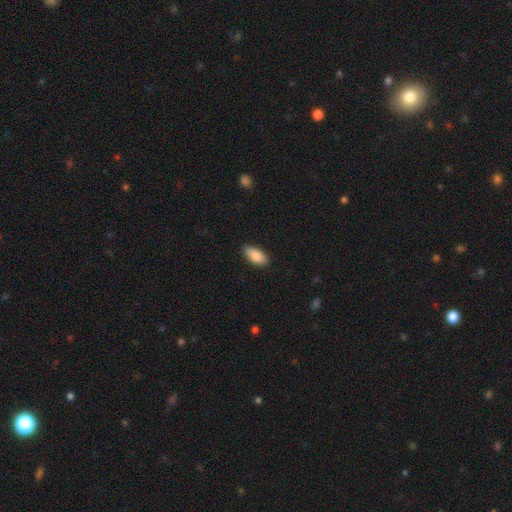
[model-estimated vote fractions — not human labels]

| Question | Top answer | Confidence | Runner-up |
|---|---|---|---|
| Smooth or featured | smooth | 87% | featured or disk (7%) |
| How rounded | in between | 92% | cigar-shaped (6%) |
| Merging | none | 88% | minor disturbance (9%) |